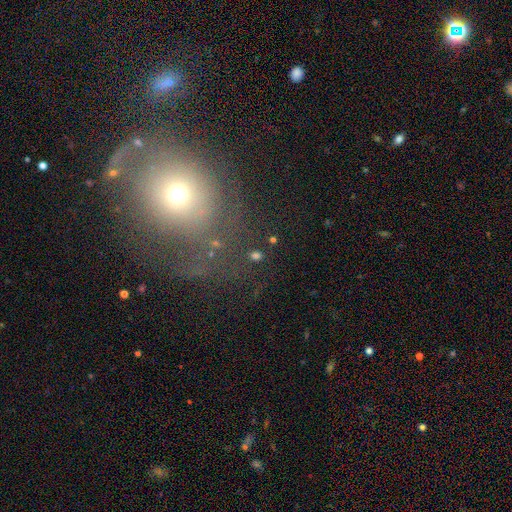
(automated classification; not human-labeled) Morphology: type=smooth (66%); roundness=round (55%); merging=none (79%).